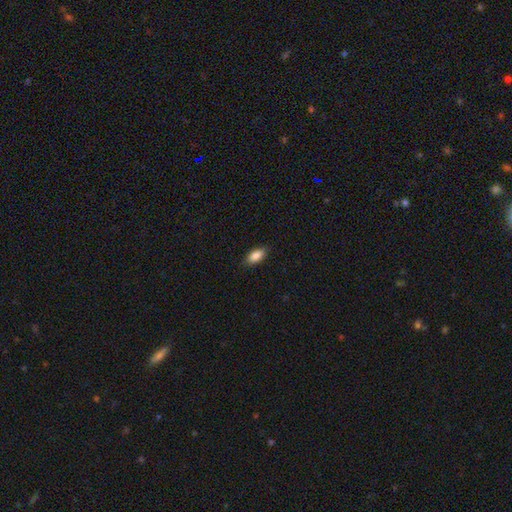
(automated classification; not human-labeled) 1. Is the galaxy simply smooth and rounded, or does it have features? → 87% smooth, 7% star or artifact, 6% featured or disk.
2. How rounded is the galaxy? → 90% in between, 7% cigar-shaped, 3% round.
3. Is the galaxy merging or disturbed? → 87% none, 10% minor disturbance, 2% major disturbance, 1% merger.